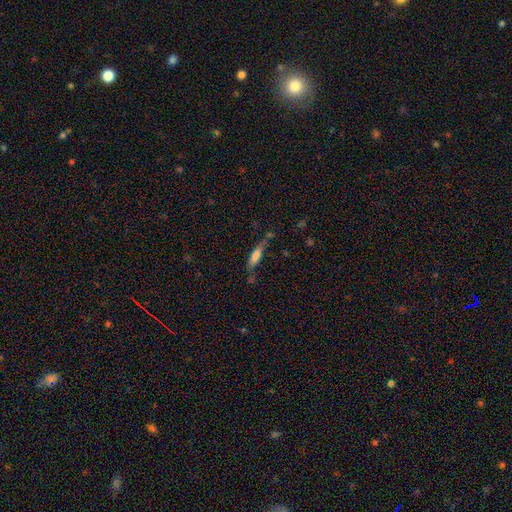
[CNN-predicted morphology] Smooth or featured: smooth — 68% (featured or disk — 24%)
How rounded: cigar-shaped — 64% (in between — 34%)
Merging: none — 56% (minor disturbance — 26%)